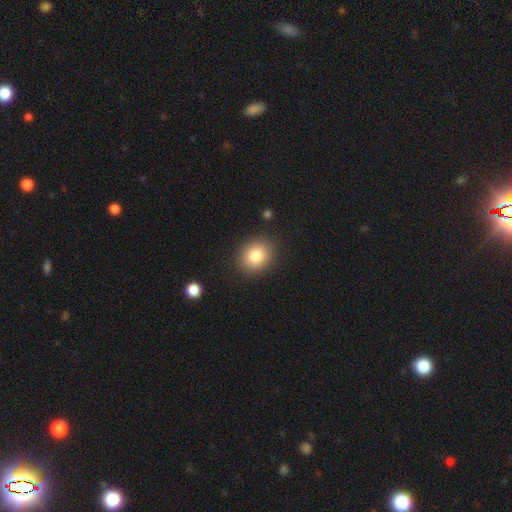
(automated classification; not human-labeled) This is clearly a smooth galaxy (82%). How rounded: likely round (65%). Merging: clearly none (88%).